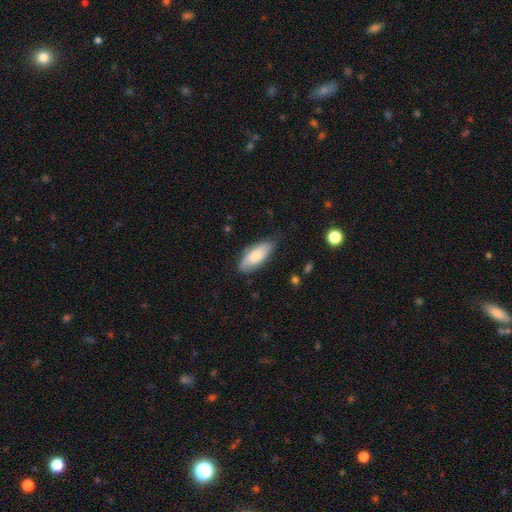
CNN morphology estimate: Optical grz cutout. It shows a smooth galaxy with no disk features (77%) that is in between round and cigar-shaped (81%). Merging: none (72%).